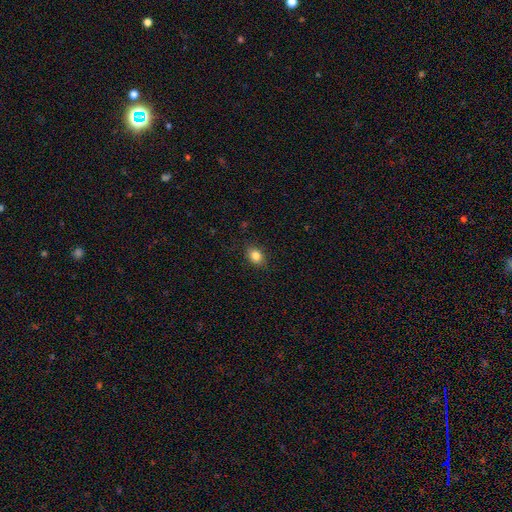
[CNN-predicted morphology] Smooth or featured?
  - smooth: 84% *
  - star or artifact: 10%
  - featured or disk: 6%
How rounded?
  - in between: 67% *
  - round: 32%
  - cigar-shaped: 1%
Merging?
  - none: 87% *
  - minor disturbance: 10%
  - major disturbance: 2%
  - merger: 1%